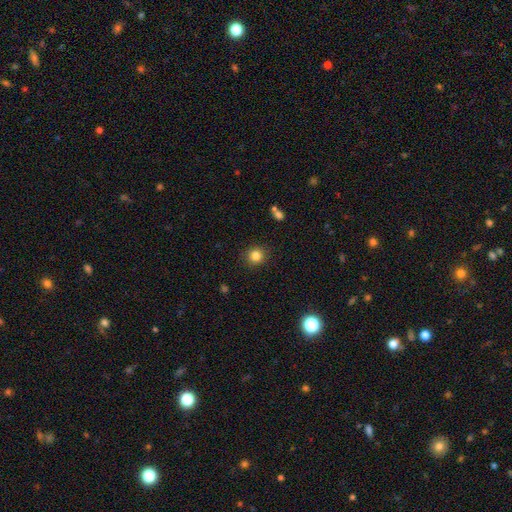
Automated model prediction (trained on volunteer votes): Smooth or featured: smooth — 83% (star or artifact — 12%)
How rounded: round — 90% (in between — 9%)
Merging: none — 90% (minor disturbance — 7%)